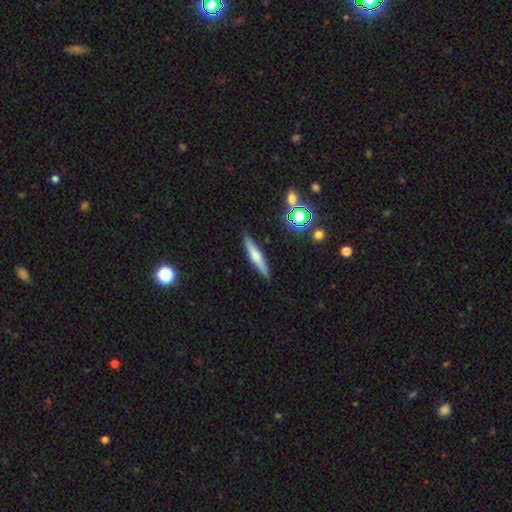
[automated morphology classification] Overall: smooth (50%; featured or disk 41%). Merging: none (87%).